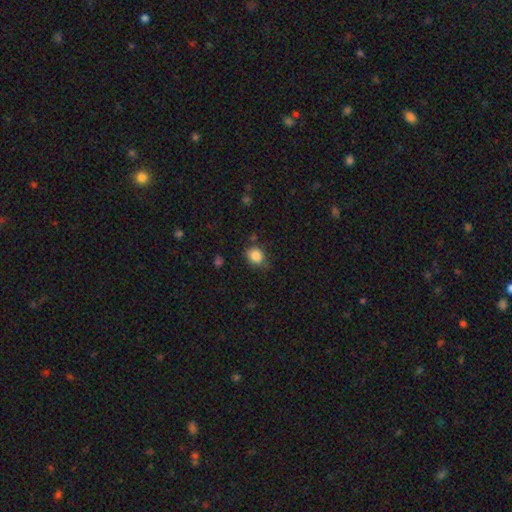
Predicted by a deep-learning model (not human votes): A smooth galaxy with no disk features (86%) that is round (65%).

Vote fractions:
- Smooth or featured? smooth: 86% / star or artifact: 10% / featured or disk: 5%
- How rounded? round: 65% / in between: 35% / cigar-shaped: 1%
- Merging? none: 75% / minor disturbance: 18% / major disturbance: 4% / merger: 3%